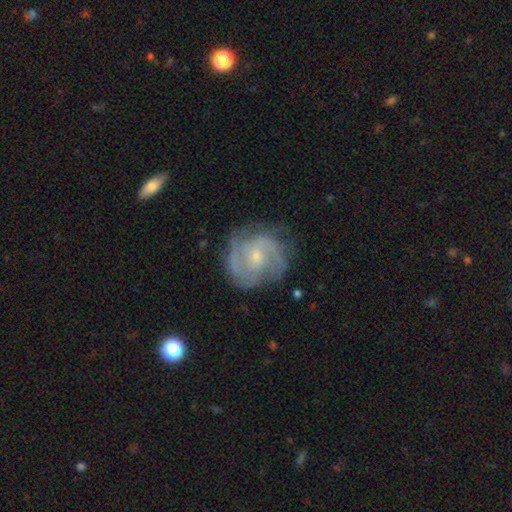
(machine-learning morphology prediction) smooth-or-featured: featured or disk: 84% | smooth: 10% | star or artifact: 6%
  disk-edge-on: no: 98% | yes: 2%
    bar: no: 58% | weak: 35% | strong: 7%
    has-spiral-arms: yes: 95% | no: 5%
      spiral-winding: tight: 45% | medium: 44% | loose: 11%
      spiral-arm-count: 2: 44% | 3: 24% | can't tell: 19% | 4: 5% | 1: 4% | more than 4: 4%
    bulge-size: small: 66% | moderate: 29% | none: 2% | large: 1% | dominant: 1%
  merging: none: 71% | minor disturbance: 20% | major disturbance: 8% | merger: 2%